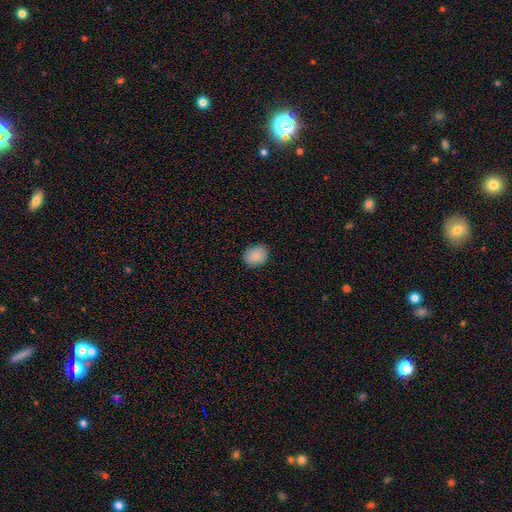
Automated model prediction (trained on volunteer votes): Smooth or featured?
  - smooth: 88% *
  - star or artifact: 8%
  - featured or disk: 4%
How rounded?
  - round: 55% *
  - in between: 44%
  - cigar-shaped: 1%
Merging?
  - none: 88% *
  - minor disturbance: 9%
  - major disturbance: 2%
  - merger: 1%